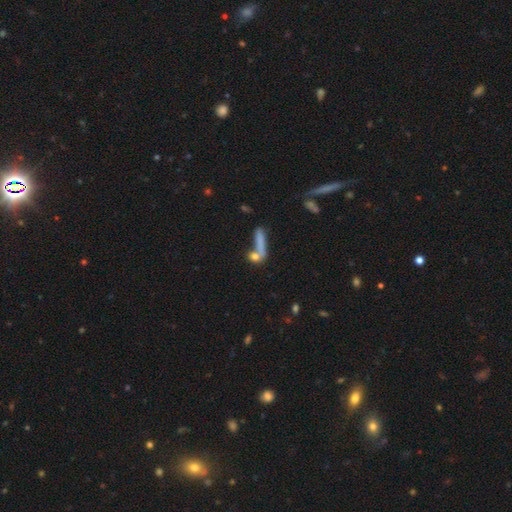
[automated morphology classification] This appears to be a smooth galaxy with no disk features (71%) that is cigar-shaped (44%). Merging: none (43%).